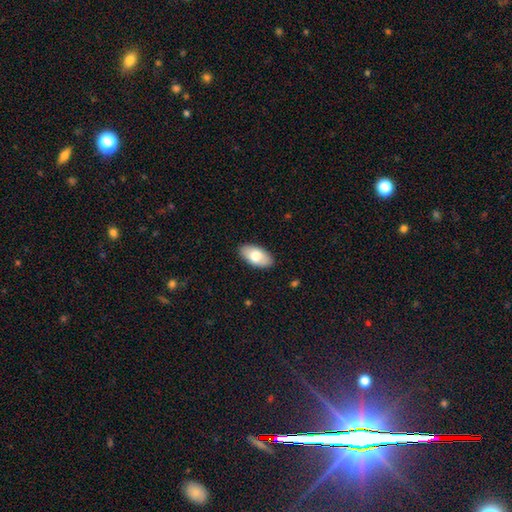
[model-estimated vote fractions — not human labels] Q: Smooth or featured?
A: smooth (75%); runner-up: featured or disk (19%)
Q: How rounded?
A: in between (95%); runner-up: round (3%)
Q: Merging?
A: none (88%); runner-up: minor disturbance (9%)